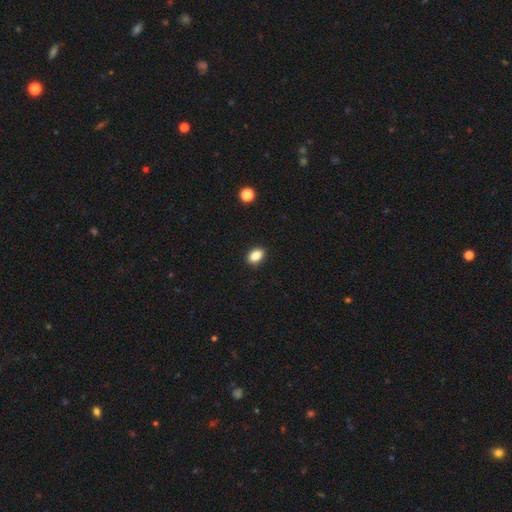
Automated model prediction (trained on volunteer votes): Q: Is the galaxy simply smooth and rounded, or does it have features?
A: smooth — 86%.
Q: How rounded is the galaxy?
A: in between — 81%.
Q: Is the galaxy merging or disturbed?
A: none — 90%.